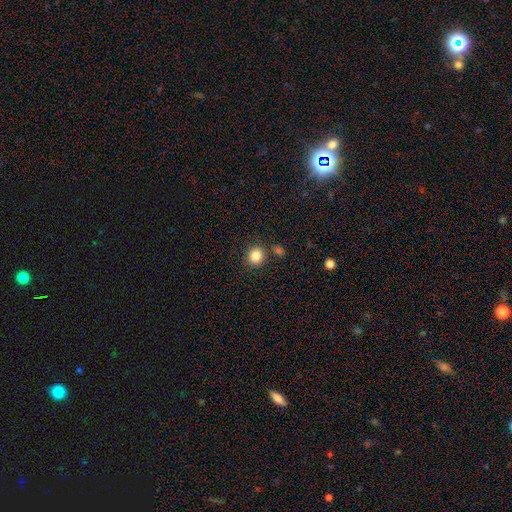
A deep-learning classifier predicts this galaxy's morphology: type=smooth (85%); roundness=round (89%); merging=none (82%).